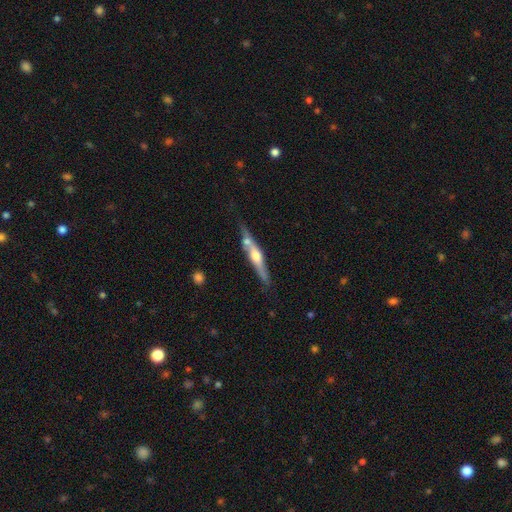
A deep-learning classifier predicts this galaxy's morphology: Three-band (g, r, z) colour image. It shows a featured or disk galaxy (65%) viewed edge-on (94%) with a rounded central bulge (87%). Merging: none (63%).